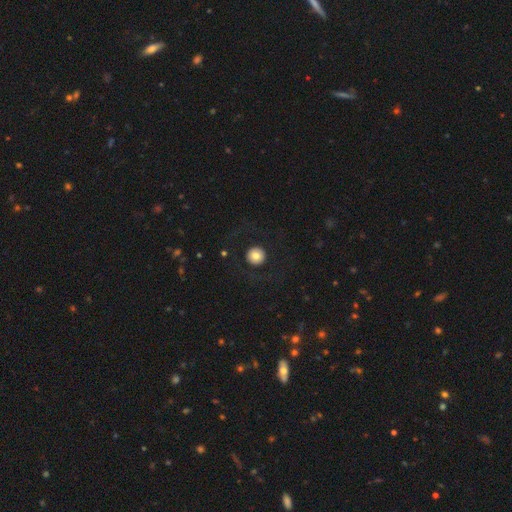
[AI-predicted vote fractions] smooth-or-featured: smooth: 77% | featured or disk: 13% | star or artifact: 9%
  how-rounded: round: 96% | in between: 3% | cigar-shaped: 1%
  merging: none: 89% | minor disturbance: 5% | major disturbance: 5% | merger: 1%